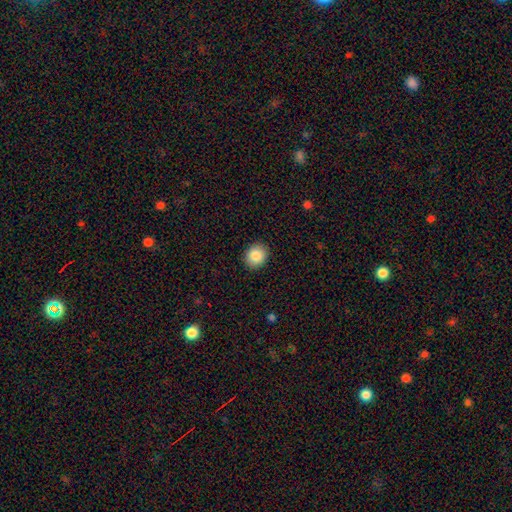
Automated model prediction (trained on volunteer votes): smooth 85%, star or artifact 9%, featured or disk 6%. Down the decision tree: how rounded — round (60%); merging — none (90%).